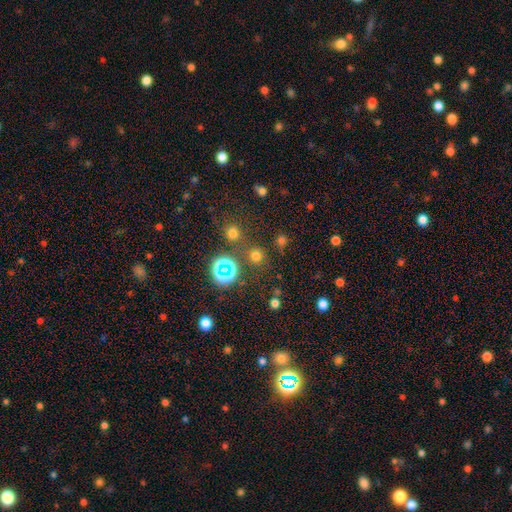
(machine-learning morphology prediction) A smooth galaxy with no disk features (64%) that is round (91%). Merging: none (78%).